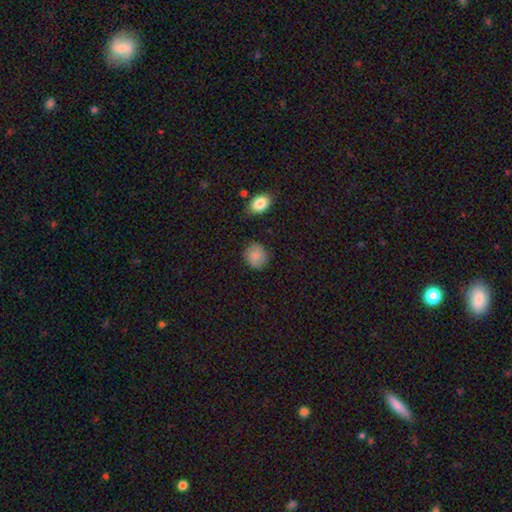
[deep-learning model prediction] This is clearly a smooth galaxy (82%). How rounded: likely round (79%). Merging: clearly none (81%).